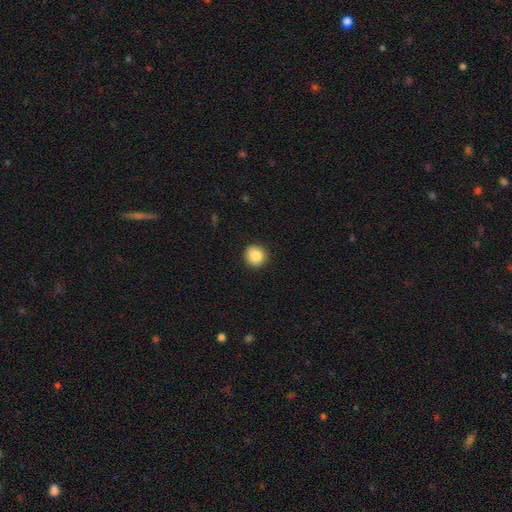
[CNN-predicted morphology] A smooth galaxy with no disk features (86%) that is round (93%). Merging: none (90%).